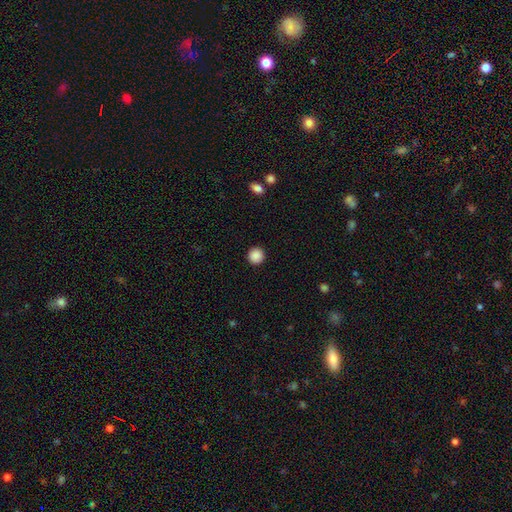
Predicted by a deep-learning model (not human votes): Smooth or featured? Predicted: smooth (p=0.89). How rounded? Predicted: round (p=0.95). Merging? Predicted: none (p=0.93).